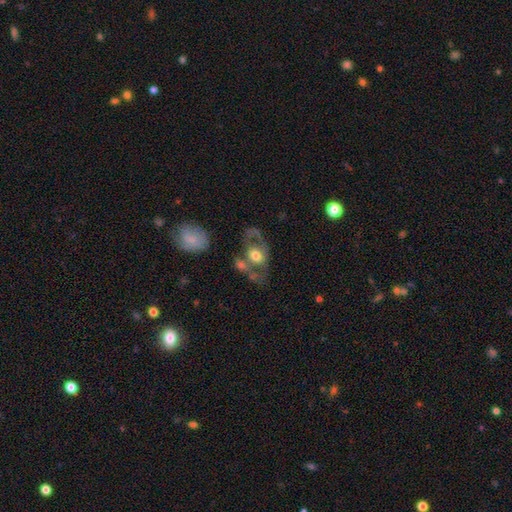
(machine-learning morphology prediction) Smooth or featured? featured or disk (53%)
Edge-on disk? no (94%)
Merging? none (38%)